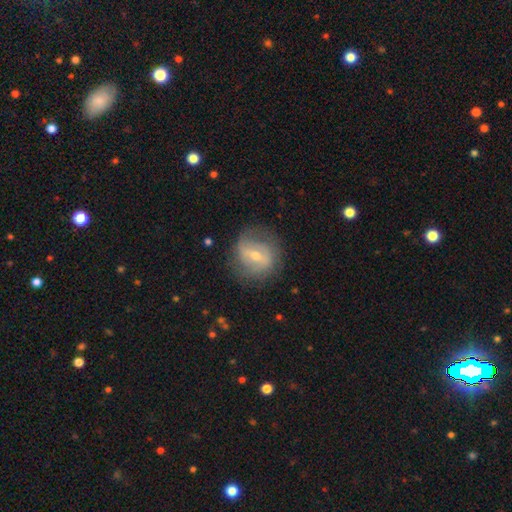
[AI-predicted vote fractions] featured or disk 66%, smooth 26%, star or artifact 8%. Down the decision tree: edge-on disk — no (95%); bar — weak (47%); spiral arms — yes (68%); bulge size — small (50%); merging — none (74%).